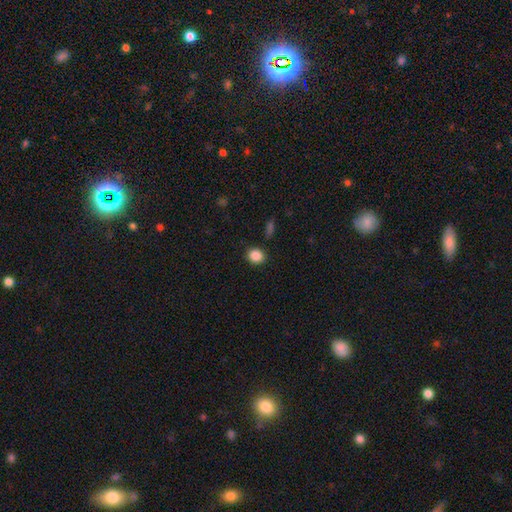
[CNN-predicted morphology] Smooth or featured: smooth — 87% (star or artifact — 10%)
How rounded: round — 77% (in between — 22%)
Merging: none — 88% (minor disturbance — 8%)